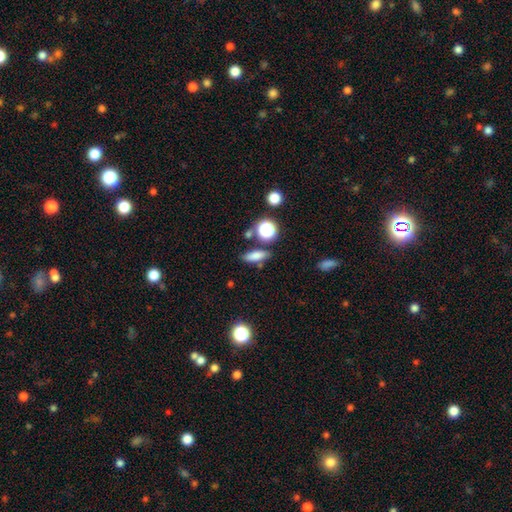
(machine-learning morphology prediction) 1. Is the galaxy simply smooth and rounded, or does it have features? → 74% smooth, 14% star or artifact, 12% featured or disk.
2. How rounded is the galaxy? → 52% in between, 36% cigar-shaped, 12% round.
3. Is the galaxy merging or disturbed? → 73% none, 13% minor disturbance, 9% merger, 4% major disturbance.